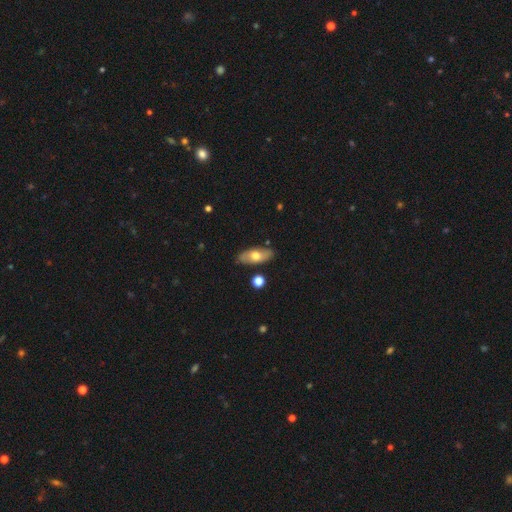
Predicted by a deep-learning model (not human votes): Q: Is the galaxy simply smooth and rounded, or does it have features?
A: smooth — 57%.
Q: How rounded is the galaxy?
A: in between — 79%.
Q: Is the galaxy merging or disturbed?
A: none — 84%.